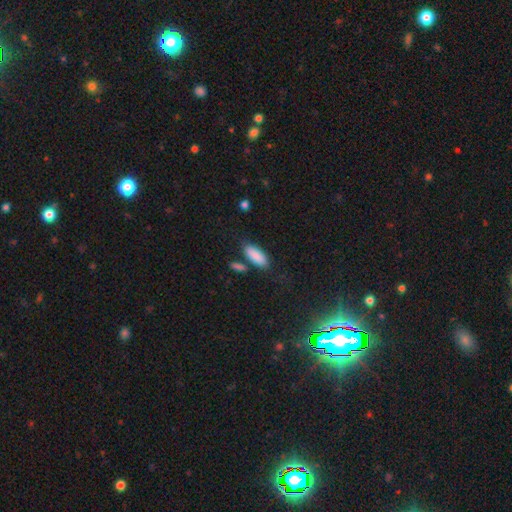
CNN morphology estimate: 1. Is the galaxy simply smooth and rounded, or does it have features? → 87% smooth, 6% star or artifact, 6% featured or disk.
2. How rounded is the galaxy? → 79% in between, 19% cigar-shaped, 2% round.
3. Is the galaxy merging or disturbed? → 71% none, 14% minor disturbance, 10% merger, 4% major disturbance.